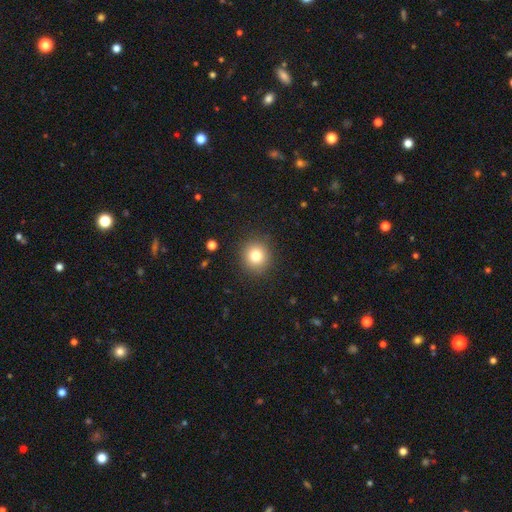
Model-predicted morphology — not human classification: This appears to be a smooth galaxy with no disk features (80%) that is round (91%). Merging: none (90%).